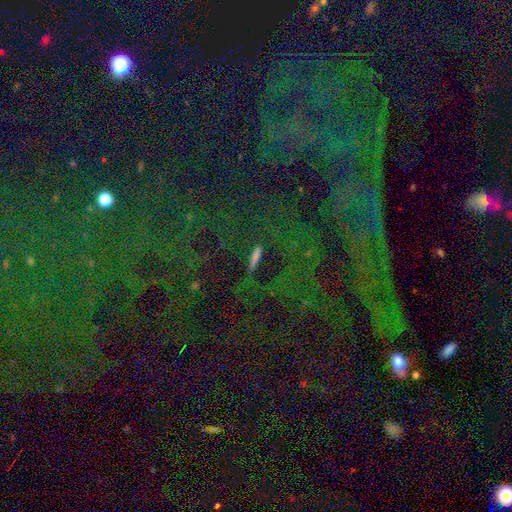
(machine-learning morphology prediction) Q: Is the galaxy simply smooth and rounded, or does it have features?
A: smooth — 42%.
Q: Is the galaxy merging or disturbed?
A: none — 80%.